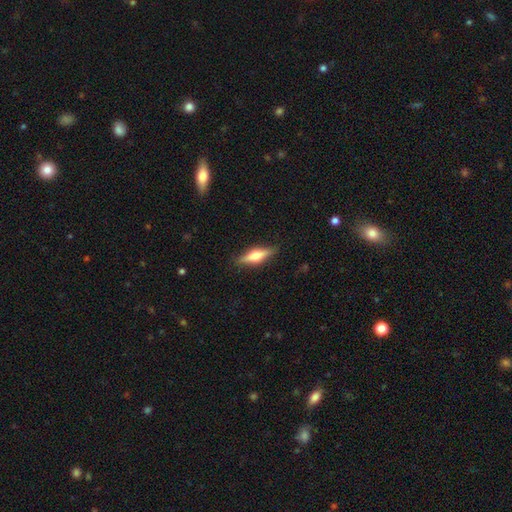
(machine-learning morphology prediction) A featured or disk galaxy (53%) viewed edge-on (94%) with a rounded central bulge (93%). Merging: none (88%).